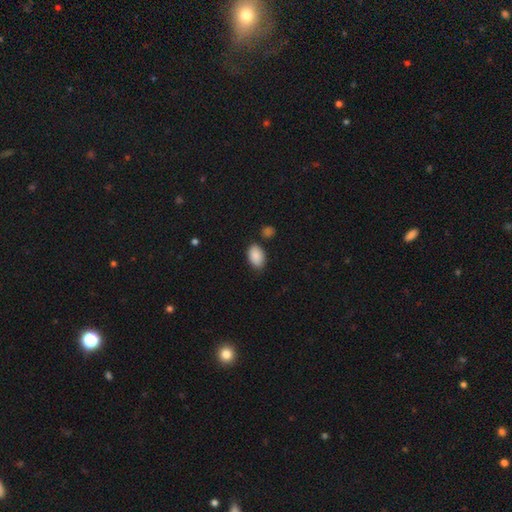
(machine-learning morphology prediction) smooth-or-featured: smooth: 89% | star or artifact: 7% | featured or disk: 4%
  how-rounded: in between: 93% | round: 6% | cigar-shaped: 1%
  merging: none: 79% | minor disturbance: 14% | merger: 4% | major disturbance: 3%